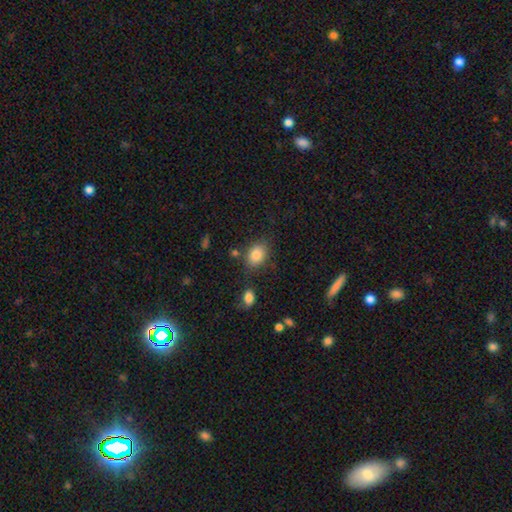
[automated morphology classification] Overall: smooth (84%). How rounded: in between (73%). Merging: none (74%).